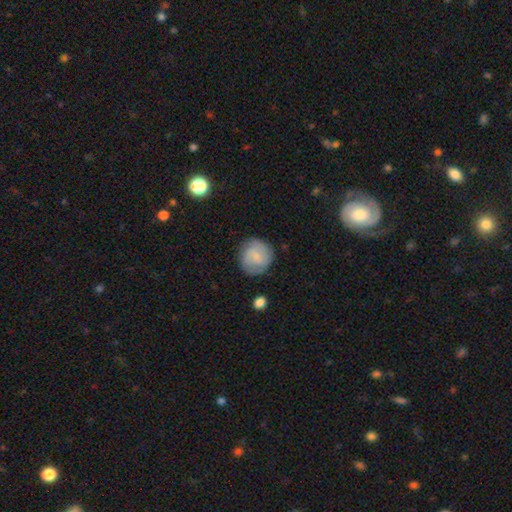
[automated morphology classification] smooth_or_featured: smooth (p=0.61) [alt: featured or disk p=0.32]
how_rounded: round (p=0.90) [alt: in between p=0.09]
merging: none (p=0.79) [alt: minor disturbance p=0.15]